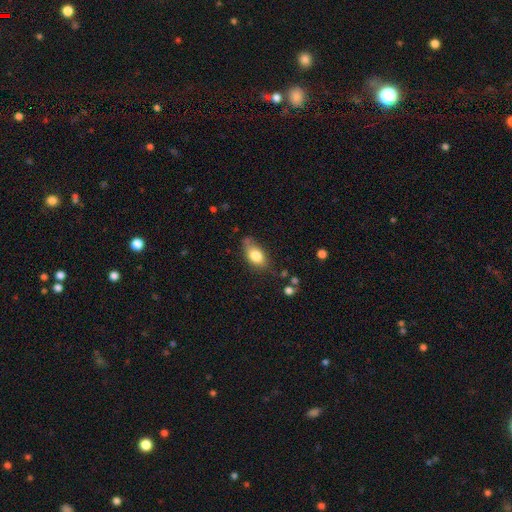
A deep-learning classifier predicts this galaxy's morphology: type=smooth (80%); roundness=in between (87%); merging=none (61%).